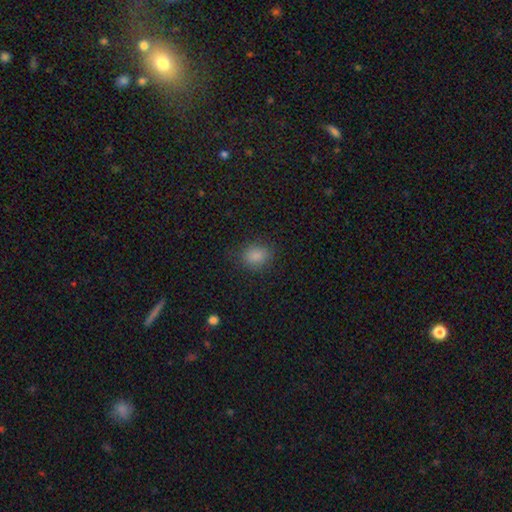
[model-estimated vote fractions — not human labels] Smooth or featured?
  - smooth: 85% *
  - star or artifact: 11%
  - featured or disk: 4%
How rounded?
  - round: 52% *
  - in between: 47%
  - cigar-shaped: 1%
Merging?
  - none: 83% *
  - minor disturbance: 12%
  - major disturbance: 4%
  - merger: 1%